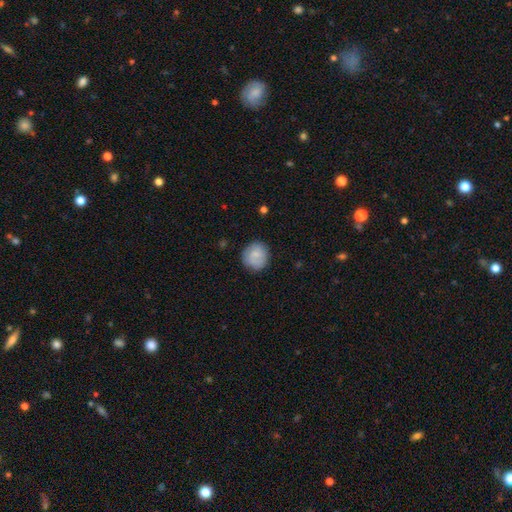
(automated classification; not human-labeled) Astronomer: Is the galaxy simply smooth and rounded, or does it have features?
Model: smooth — 77%.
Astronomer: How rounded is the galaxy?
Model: round — 87%.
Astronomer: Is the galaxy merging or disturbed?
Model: none — 81%.